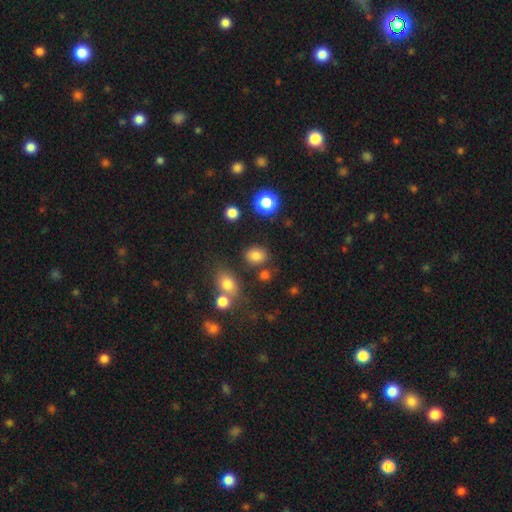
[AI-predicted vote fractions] Smooth or featured: smooth — 80% (star or artifact — 14%)
How rounded: in between — 50% (round — 49%)
Merging: none — 77% (minor disturbance — 12%)